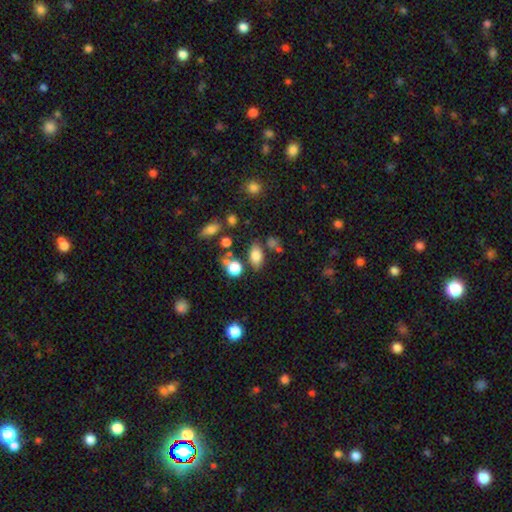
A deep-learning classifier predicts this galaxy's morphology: type=smooth (79%); roundness=in between (85%); merging=none (72%).